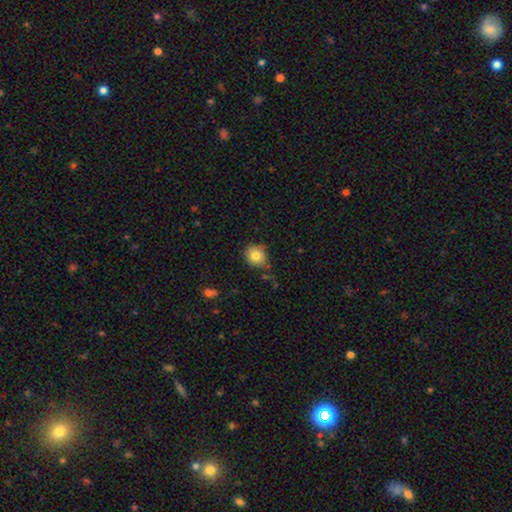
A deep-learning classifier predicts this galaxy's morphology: smooth-or-featured: smooth: 81% | star or artifact: 10% | featured or disk: 9%
  how-rounded: round: 76% | in between: 23% | cigar-shaped: 1%
  merging: none: 75% | minor disturbance: 18% | major disturbance: 3% | merger: 3%